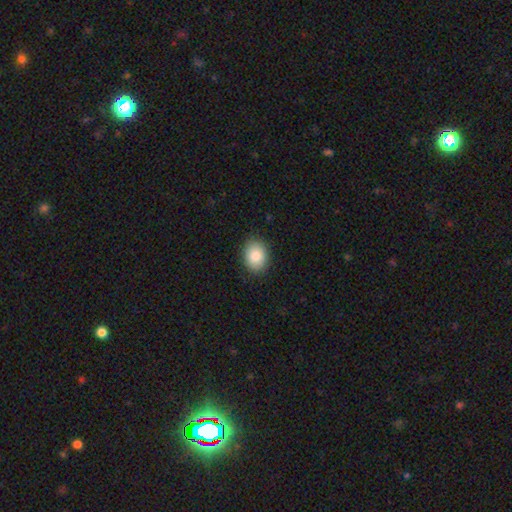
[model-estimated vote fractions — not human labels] smooth 85%, star or artifact 8%, featured or disk 7%. Down the decision tree: how rounded — in between (64%); merging — none (88%).